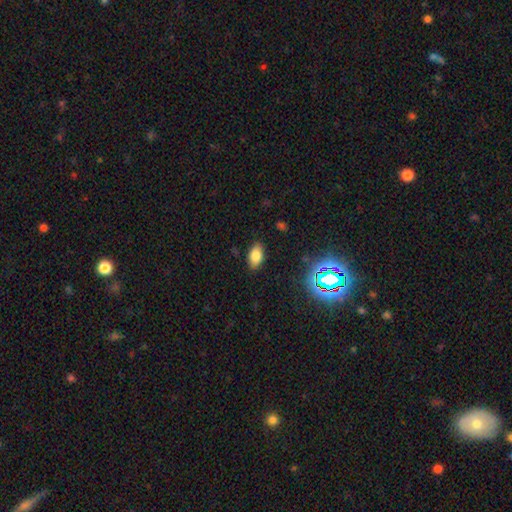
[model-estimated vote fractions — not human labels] Morphology: type=smooth (78%); roundness=in between (91%); merging=none (86%).